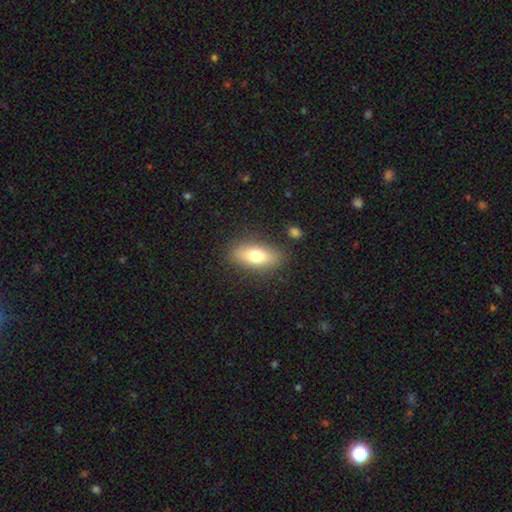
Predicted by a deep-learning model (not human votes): smooth 73%, featured or disk 20%, star or artifact 7%. Down the decision tree: how rounded — in between (78%); merging — none (84%).